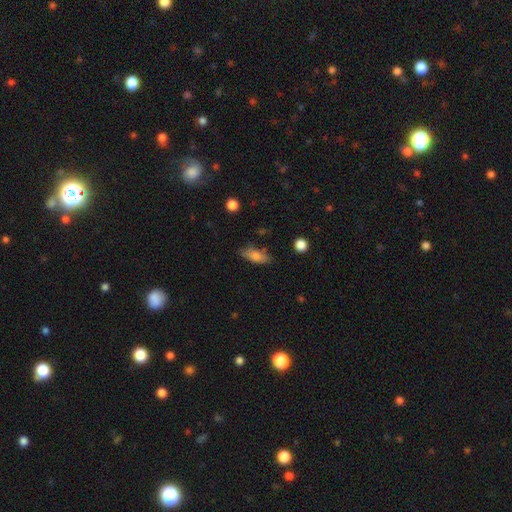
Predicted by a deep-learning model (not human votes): smooth-or-featured: smooth: 75% | featured or disk: 18% | star or artifact: 8%
  how-rounded: in between: 75% | cigar-shaped: 21% | round: 4%
  merging: none: 70% | minor disturbance: 21% | major disturbance: 6% | merger: 3%